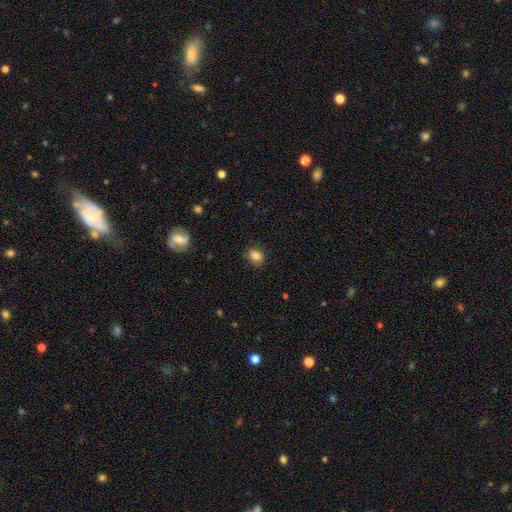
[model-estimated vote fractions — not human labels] Smooth or featured? Predicted: smooth (p=0.84). How rounded? Predicted: round (p=0.57). Merging? Predicted: none (p=0.87).